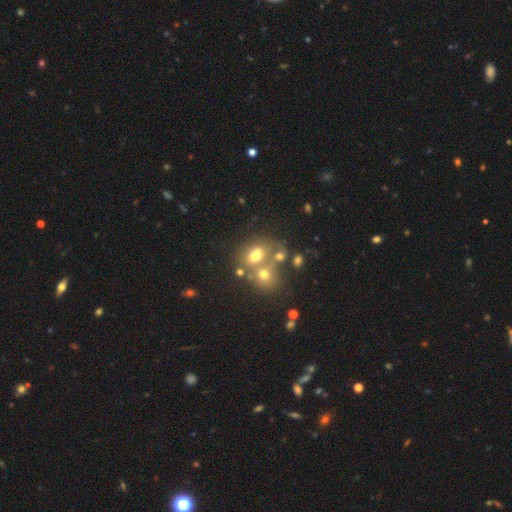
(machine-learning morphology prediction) A smooth galaxy with no disk features (60%) that is in between round and cigar-shaped (52%). Merging: merger (47%).